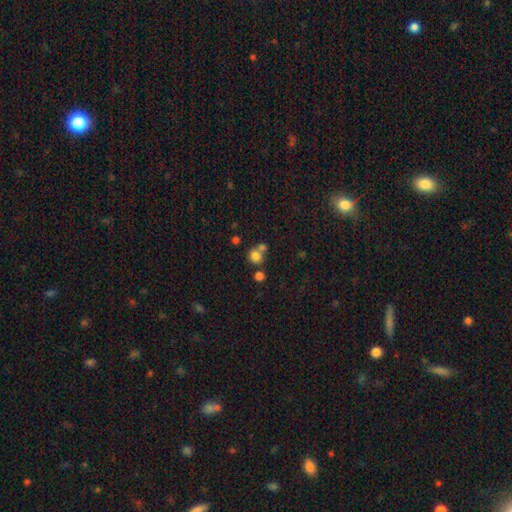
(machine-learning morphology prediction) A smooth galaxy with no disk features (78%) that is round (81%).

Vote fractions:
- Smooth or featured? smooth: 78% / star or artifact: 14% / featured or disk: 8%
- How rounded? round: 81% / in between: 18% / cigar-shaped: 1%
- Merging? none: 54% / merger: 33% / minor disturbance: 8% / major disturbance: 4%